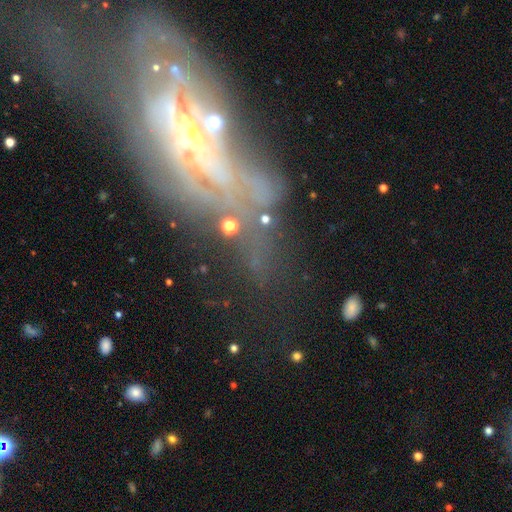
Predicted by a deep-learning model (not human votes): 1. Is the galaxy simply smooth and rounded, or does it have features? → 61% featured or disk, 23% star or artifact, 17% smooth.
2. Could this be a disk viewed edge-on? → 78% no, 22% yes.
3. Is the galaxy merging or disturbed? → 41% none, 31% major disturbance, 16% minor disturbance, 12% merger.